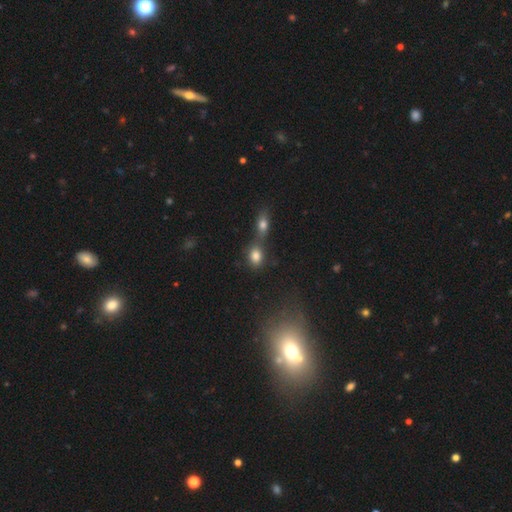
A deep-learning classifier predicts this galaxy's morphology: Smooth or featured? Predicted: smooth (p=0.80). How rounded? Predicted: in between (p=0.58). Merging? Predicted: merger (p=0.48).